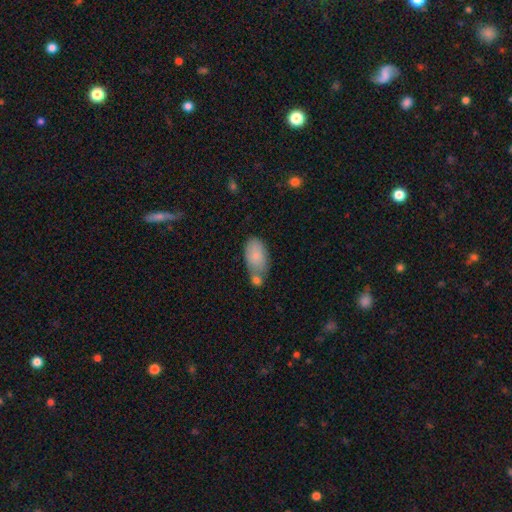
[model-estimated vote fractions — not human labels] smooth 82%, featured or disk 11%, star or artifact 7%. Down the decision tree: how rounded — in between (93%); merging — none (40%).